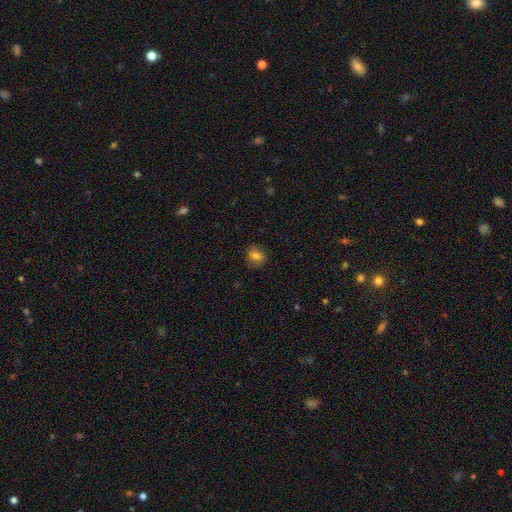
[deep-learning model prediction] Smooth or featured: smooth — 78% (star or artifact — 12%)
How rounded: round — 65% (in between — 34%)
Merging: none — 81% (minor disturbance — 14%)